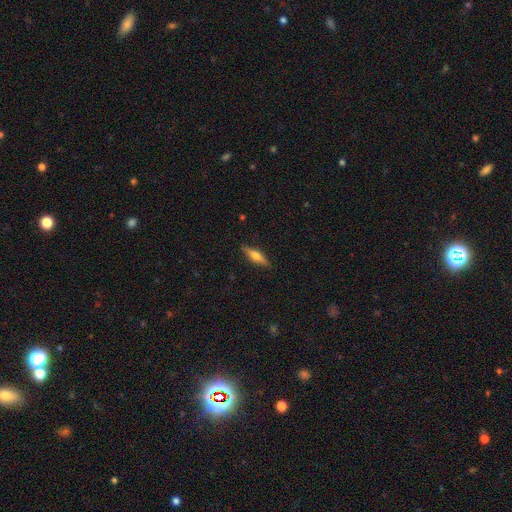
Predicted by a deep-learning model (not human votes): featured or disk 48%, smooth 45%, star or artifact 7%. Down the decision tree: merging — none (88%).